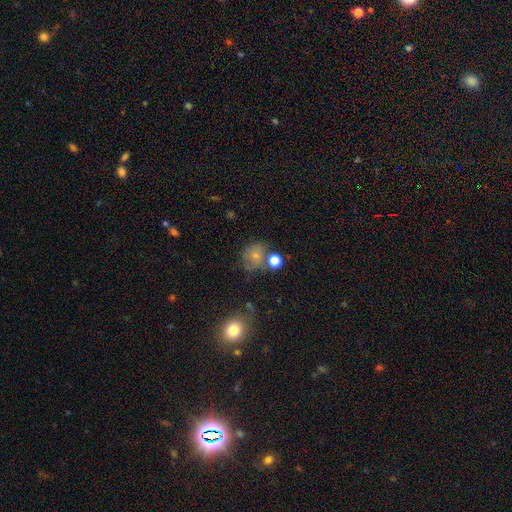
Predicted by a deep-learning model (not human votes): A smooth galaxy with no disk features (63%) that is round (68%).

Vote fractions:
- Smooth or featured? smooth: 63% / featured or disk: 24% / star or artifact: 13%
- How rounded? round: 68% / in between: 31% / cigar-shaped: 1%
- Merging? none: 50% / minor disturbance: 22% / merger: 17% / major disturbance: 11%